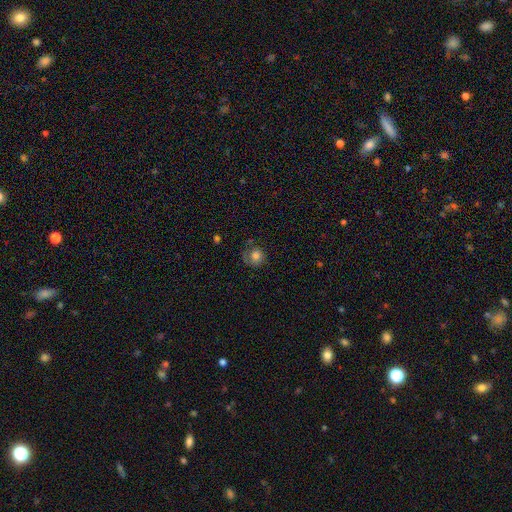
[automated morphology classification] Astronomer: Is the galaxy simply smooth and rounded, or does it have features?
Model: smooth — 68%.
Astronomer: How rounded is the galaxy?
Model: round — 85%.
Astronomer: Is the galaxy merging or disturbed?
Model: none — 54%.